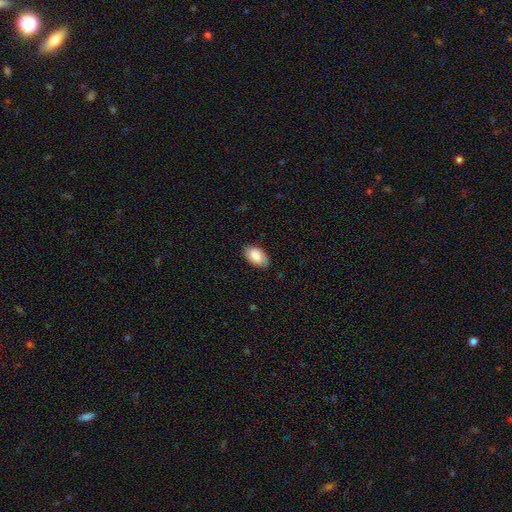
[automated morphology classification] smooth_or_featured: smooth (p=0.84) [alt: featured or disk p=0.09]
how_rounded: in between (p=0.94) [alt: round p=0.05]
merging: none (p=0.82) [alt: minor disturbance p=0.15]